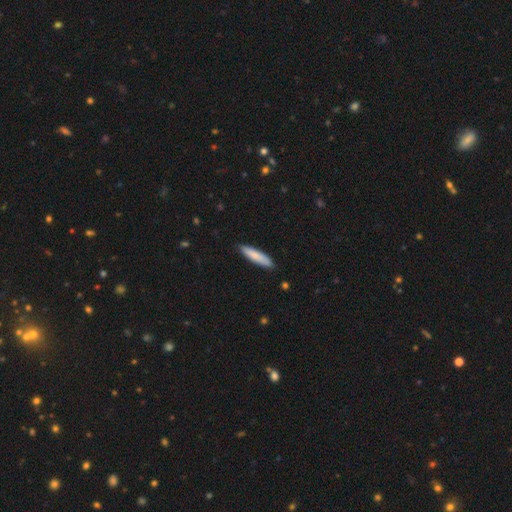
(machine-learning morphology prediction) Overall: smooth (83%). How rounded: cigar-shaped (77%). Merging: none (86%).